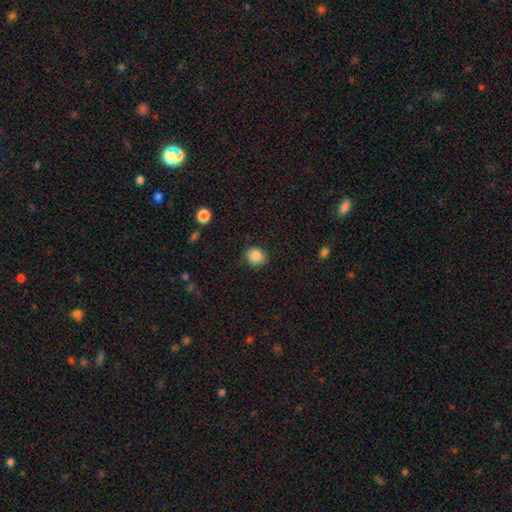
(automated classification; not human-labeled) smooth 86%, star or artifact 9%, featured or disk 5%. Down the decision tree: how rounded — round (75%); merging — none (81%).